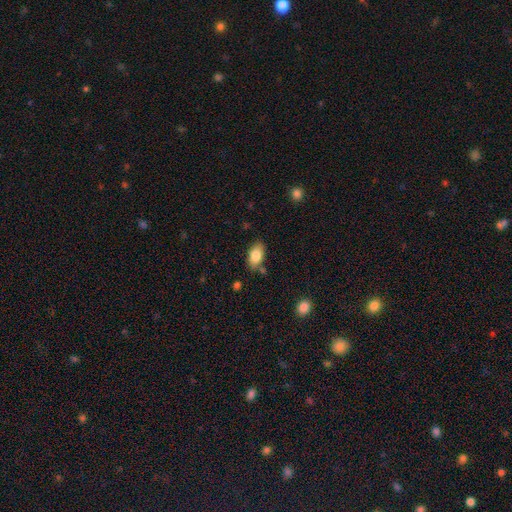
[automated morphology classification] smooth-or-featured: smooth: 82% | featured or disk: 11% | star or artifact: 7%
  how-rounded: in between: 92% | round: 6% | cigar-shaped: 2%
  merging: none: 78% | minor disturbance: 14% | merger: 5% | major disturbance: 3%